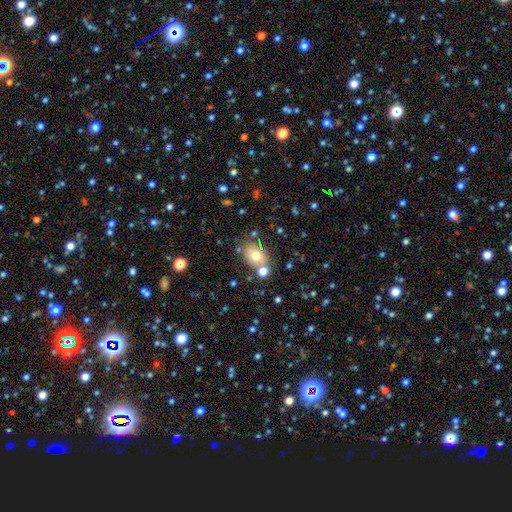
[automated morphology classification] smooth-or-featured: smooth: 73% | featured or disk: 15% | star or artifact: 12%
  how-rounded: in between: 56% | round: 43% | cigar-shaped: 1%
  merging: none: 65% | merger: 17% | minor disturbance: 13% | major disturbance: 4%